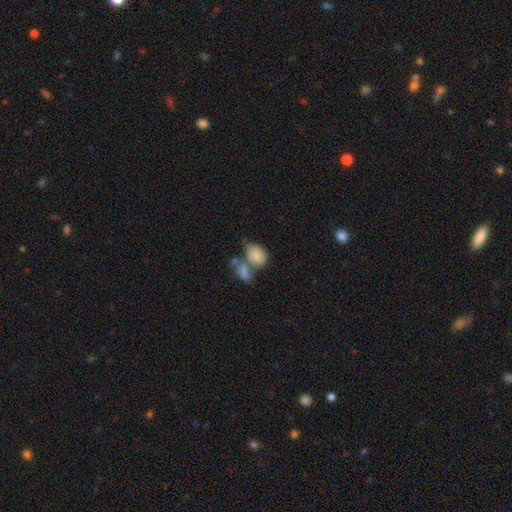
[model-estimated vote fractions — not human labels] Smooth or featured?
  - smooth: 78% *
  - featured or disk: 15%
  - star or artifact: 8%
How rounded?
  - in between: 76% *
  - round: 23%
  - cigar-shaped: 1%
Merging?
  - merger: 57% *
  - none: 22%
  - minor disturbance: 13%
  - major disturbance: 8%